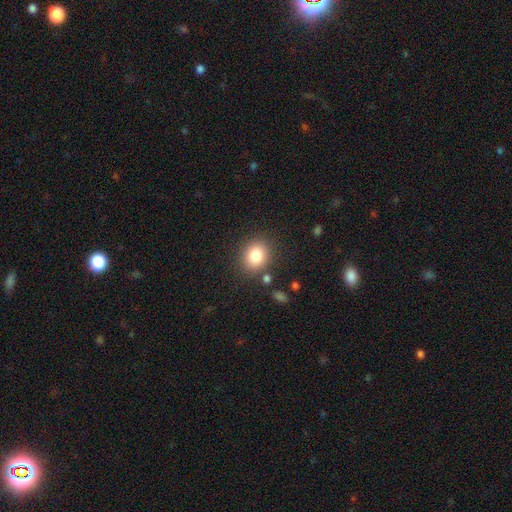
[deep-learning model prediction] Morphology: type=smooth (82%); roundness=round (66%); merging=none (82%).